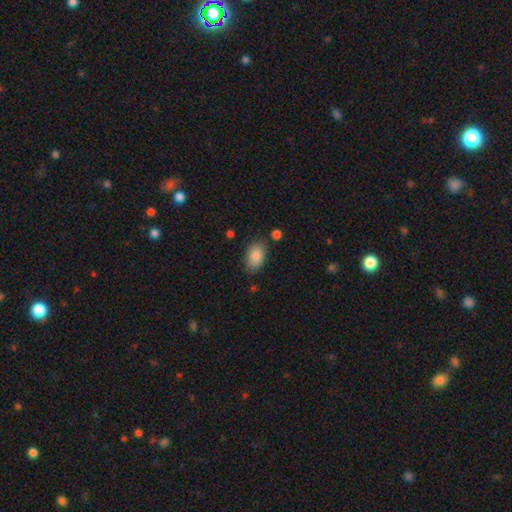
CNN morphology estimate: This appears to be a smooth galaxy with no disk features (86%) that is in between round and cigar-shaped (90%). Merging: none (79%).